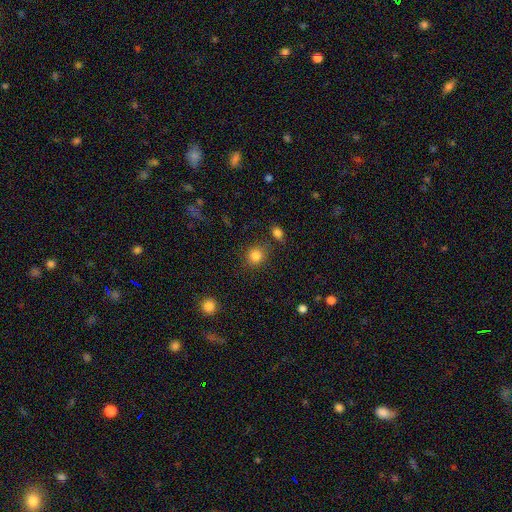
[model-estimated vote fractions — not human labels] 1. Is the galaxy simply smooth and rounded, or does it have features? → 84% smooth, 11% star or artifact, 5% featured or disk.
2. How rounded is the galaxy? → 83% round, 16% in between, 1% cigar-shaped.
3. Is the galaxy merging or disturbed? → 83% none, 10% minor disturbance, 4% merger, 3% major disturbance.